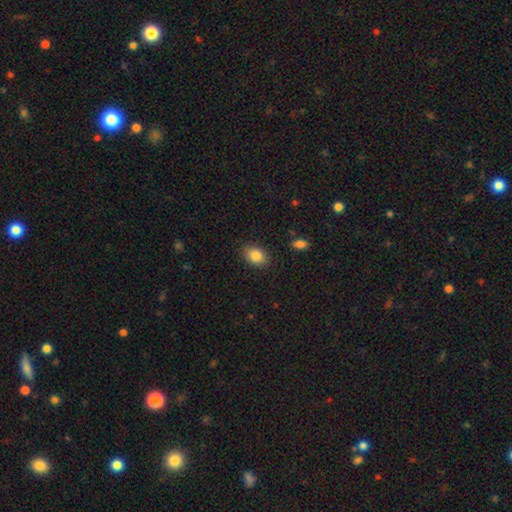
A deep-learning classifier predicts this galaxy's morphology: Smooth or featured? Predicted: smooth (p=0.84). How rounded? Predicted: in between (p=0.82). Merging? Predicted: none (p=0.87).